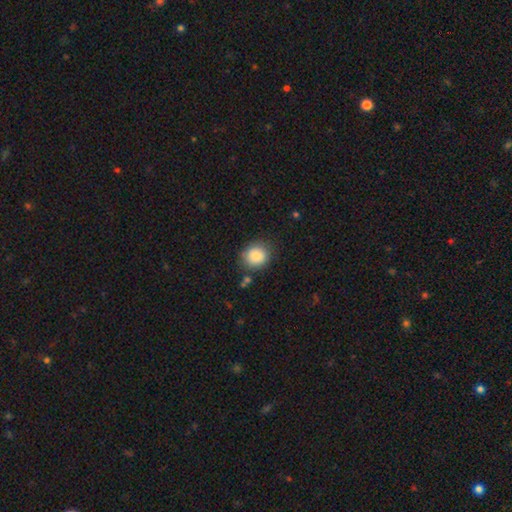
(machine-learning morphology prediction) Q: Smooth or featured?
A: smooth (84%); runner-up: star or artifact (9%)
Q: How rounded?
A: round (81%); runner-up: in between (18%)
Q: Merging?
A: none (80%); runner-up: minor disturbance (13%)